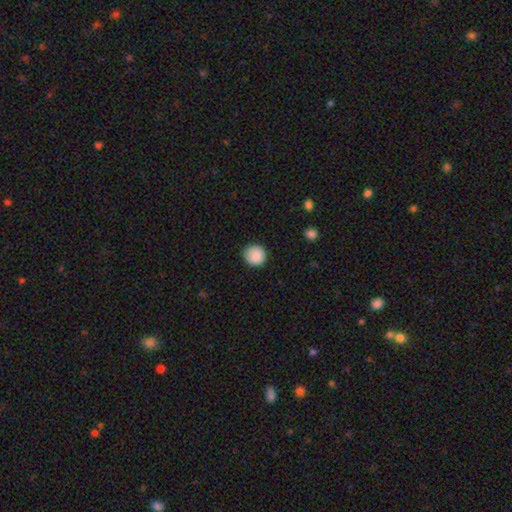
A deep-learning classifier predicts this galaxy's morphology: Smooth or featured? smooth (88%)
How rounded? round (94%)
Merging? none (88%)